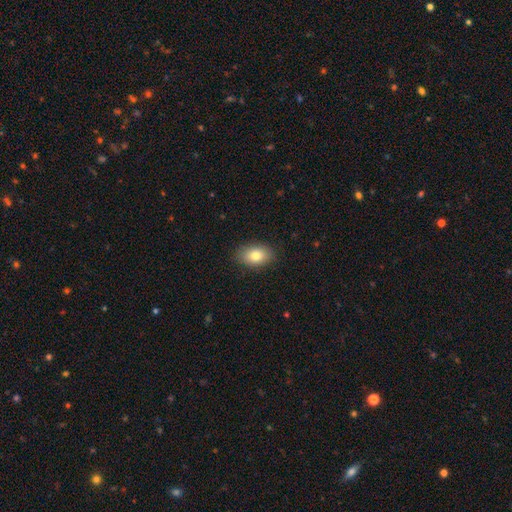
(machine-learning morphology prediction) Overall: smooth (80%). How rounded: in between (86%). Merging: none (87%).